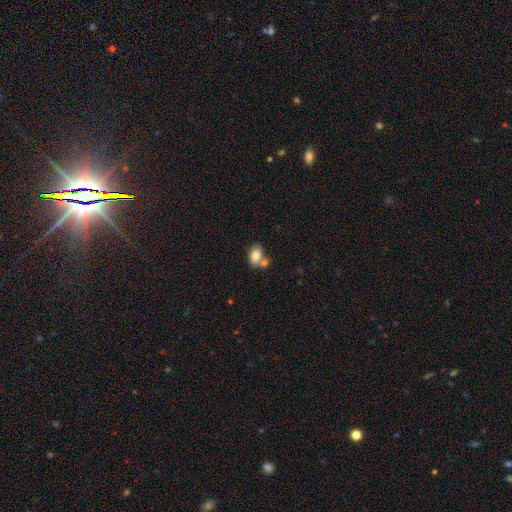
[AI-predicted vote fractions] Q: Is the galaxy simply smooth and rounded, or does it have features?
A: smooth — 81%.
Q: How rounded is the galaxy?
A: in between — 85%.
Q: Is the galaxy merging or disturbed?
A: none — 44%.